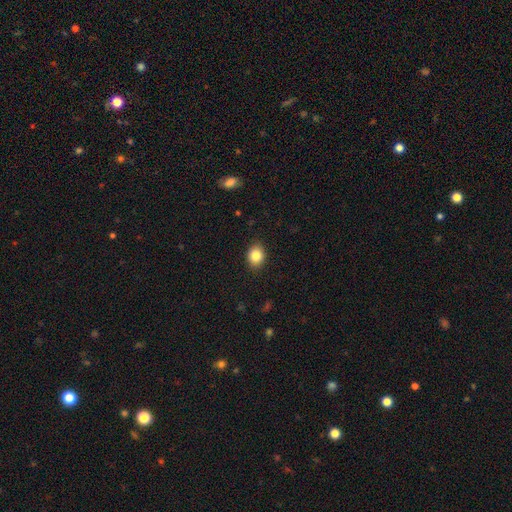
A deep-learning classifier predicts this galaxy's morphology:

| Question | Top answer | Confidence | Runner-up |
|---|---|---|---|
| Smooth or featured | smooth | 85% | star or artifact (10%) |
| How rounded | round | 50% | in between (49%) |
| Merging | none | 88% | minor disturbance (9%) |